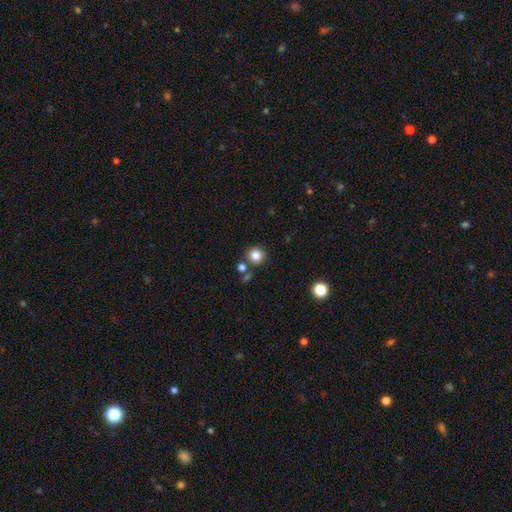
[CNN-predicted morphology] This is clearly a smooth galaxy (82%). How rounded: clearly round (90%). Merging: likely none (79%).